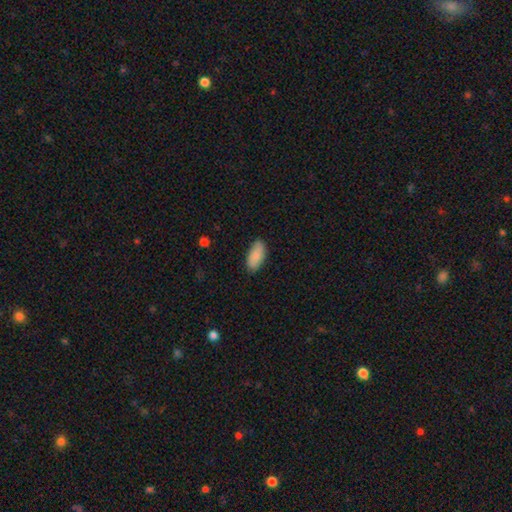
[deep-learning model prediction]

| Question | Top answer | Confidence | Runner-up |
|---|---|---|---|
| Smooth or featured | smooth | 87% | featured or disk (8%) |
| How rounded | in between | 89% | cigar-shaped (9%) |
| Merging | none | 84% | minor disturbance (12%) |